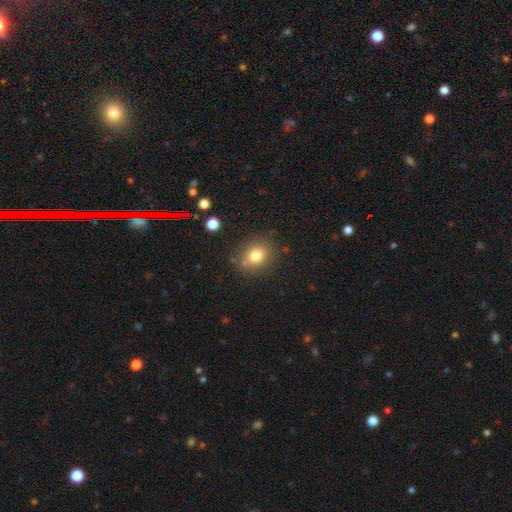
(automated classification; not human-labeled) smooth_or_featured: smooth (p=0.79) [alt: star or artifact p=0.12]
how_rounded: round (p=0.60) [alt: in between p=0.39]
merging: none (p=0.79) [alt: minor disturbance p=0.13]